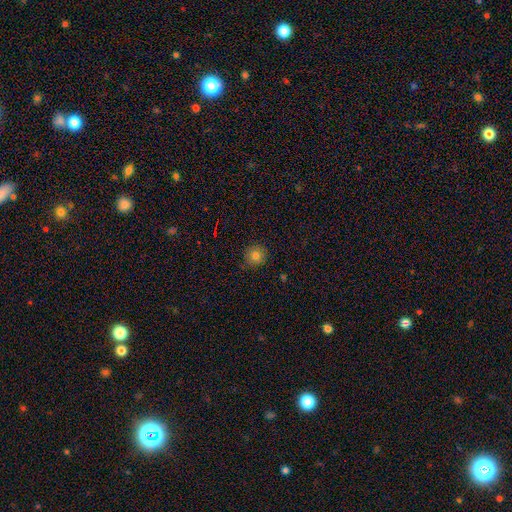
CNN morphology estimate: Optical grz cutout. It shows a smooth galaxy with no disk features (79%) that is round (92%). Merging: none (84%).